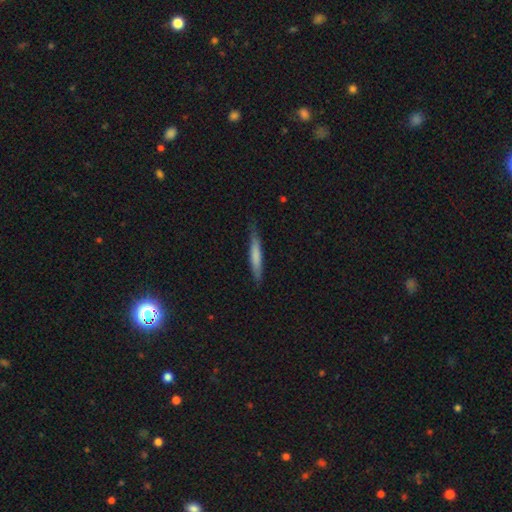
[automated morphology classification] Smooth or featured?
  - smooth: 69% *
  - featured or disk: 26%
  - star or artifact: 6%
How rounded?
  - cigar-shaped: 93% *
  - in between: 5%
  - round: 1%
Merging?
  - none: 81% *
  - minor disturbance: 16%
  - major disturbance: 3%
  - merger: 1%